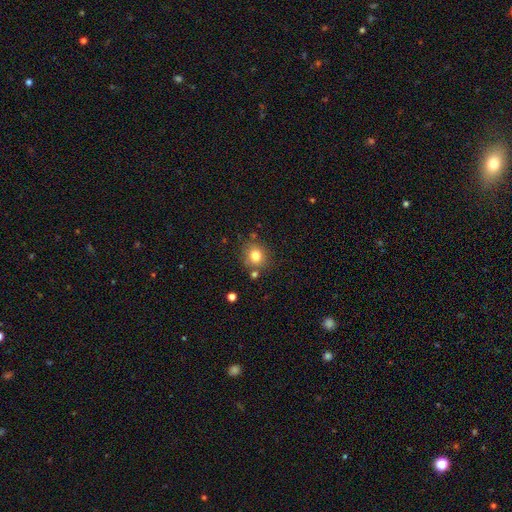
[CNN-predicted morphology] Overall: smooth (79%). How rounded: round (81%). Merging: none (77%).